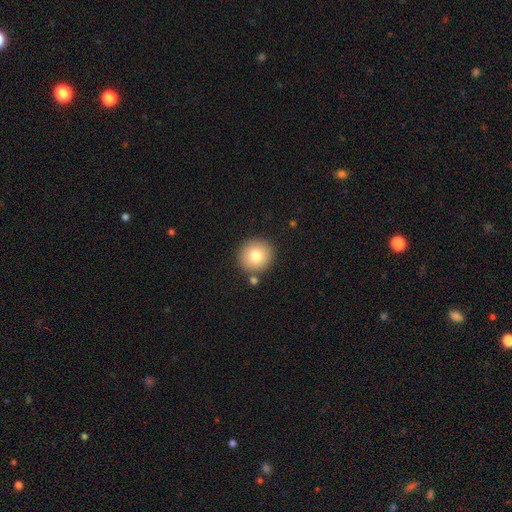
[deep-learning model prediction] smooth 78%, featured or disk 12%, star or artifact 10%. Down the decision tree: how rounded — round (94%); merging — none (84%).